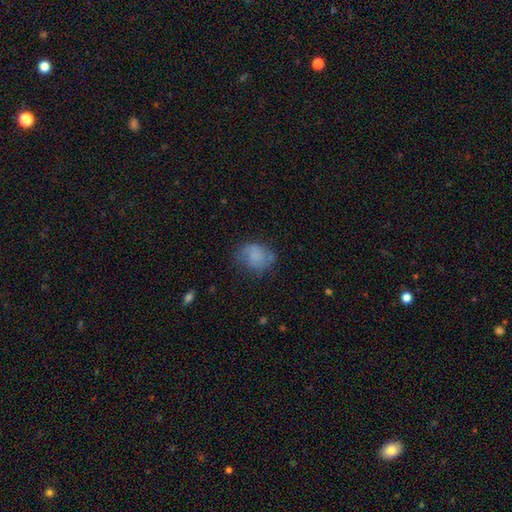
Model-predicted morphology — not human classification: A smooth galaxy with no disk features (71%) that is round (52%).

Vote fractions:
- Smooth or featured? smooth: 71% / featured or disk: 19% / star or artifact: 10%
- How rounded? round: 52% / in between: 47% / cigar-shaped: 1%
- Merging? none: 58% / minor disturbance: 27% / major disturbance: 13% / merger: 2%